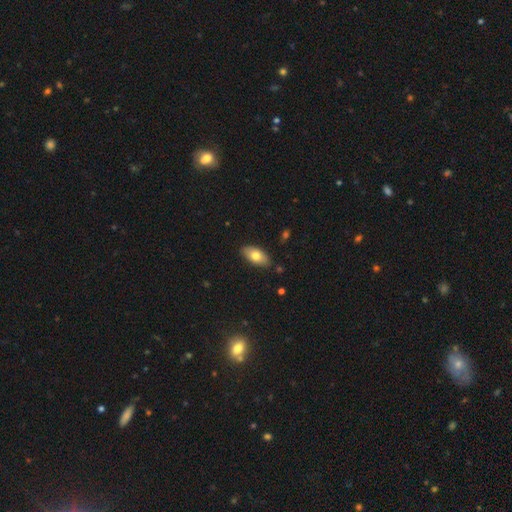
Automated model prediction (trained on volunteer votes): Smooth or featured: smooth — 74% (featured or disk — 19%)
How rounded: in between — 90% (cigar-shaped — 7%)
Merging: none — 86% (minor disturbance — 11%)